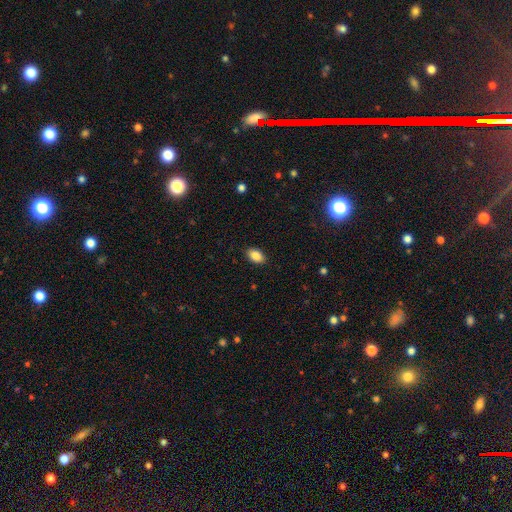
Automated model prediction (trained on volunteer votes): Q: Smooth or featured?
A: smooth (87%); runner-up: star or artifact (8%)
Q: How rounded?
A: in between (90%); runner-up: round (8%)
Q: Merging?
A: none (89%); runner-up: minor disturbance (8%)